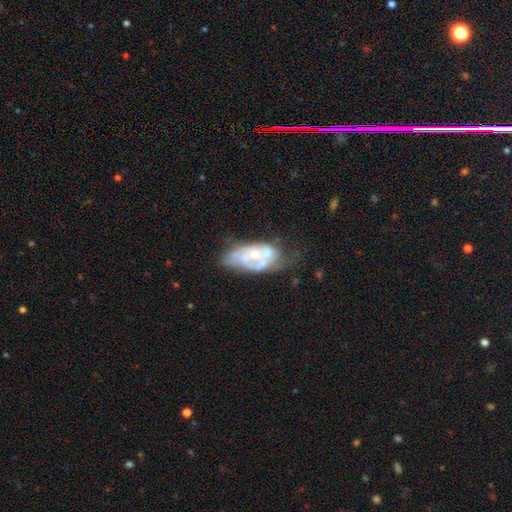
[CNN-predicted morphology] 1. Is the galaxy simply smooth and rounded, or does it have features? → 69% featured or disk, 24% smooth, 7% star or artifact.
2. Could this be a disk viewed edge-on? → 95% no, 5% yes.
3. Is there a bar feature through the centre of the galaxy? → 82% no, 14% weak, 3% strong.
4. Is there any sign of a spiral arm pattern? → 58% no, 42% yes.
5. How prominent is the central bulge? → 45% moderate, 40% small, 10% none, 4% large, 1% dominant.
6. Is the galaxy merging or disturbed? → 32% none, 27% minor disturbance, 23% major disturbance, 18% merger.